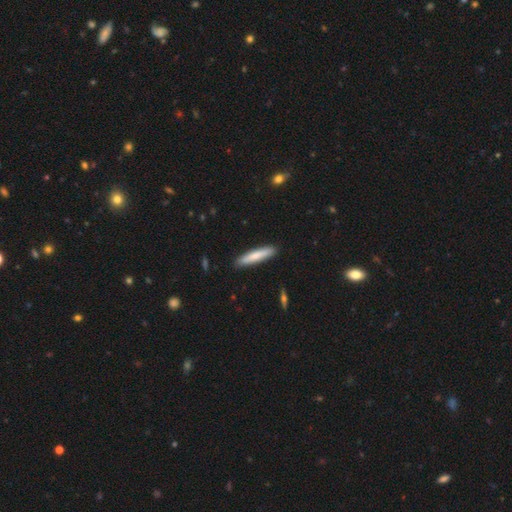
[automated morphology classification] Smooth or featured? Predicted: smooth (p=0.76). How rounded? Predicted: cigar-shaped (p=0.89). Merging? Predicted: none (p=0.90).